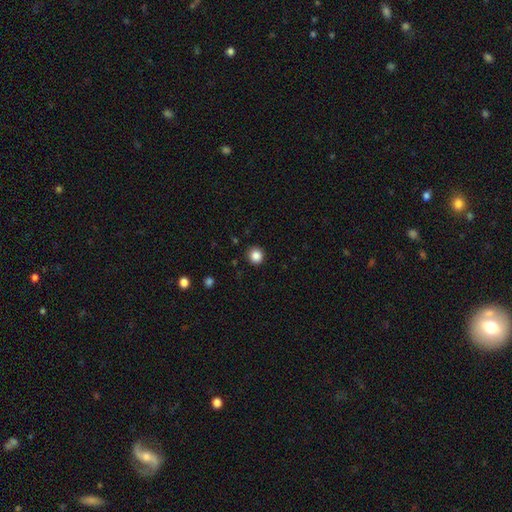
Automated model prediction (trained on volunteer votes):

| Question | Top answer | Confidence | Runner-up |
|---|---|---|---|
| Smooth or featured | smooth | 86% | star or artifact (11%) |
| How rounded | round | 91% | in between (8%) |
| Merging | none | 91% | minor disturbance (6%) |